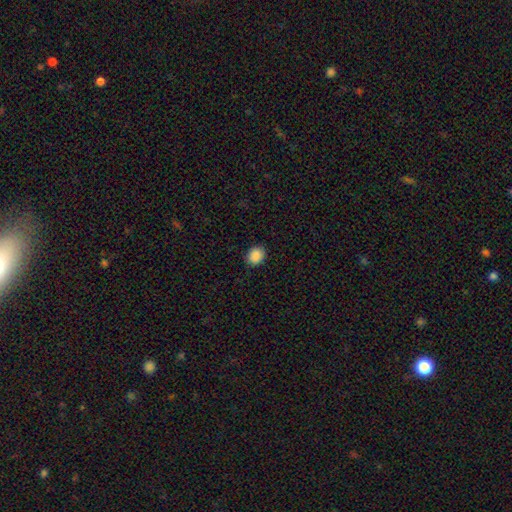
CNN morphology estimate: smooth_or_featured: smooth (p=0.89) [alt: star or artifact p=0.08]
how_rounded: round (p=0.58) [alt: in between p=0.42]
merging: none (p=0.89) [alt: minor disturbance p=0.08]